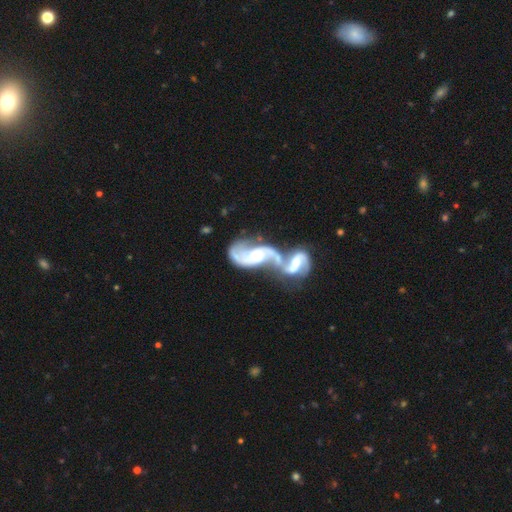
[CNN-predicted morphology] Overall: featured or disk (86%). Edge-on disk: no (97%). Bar: no (46%; weak 37%). Spiral arms: yes (94%). Spiral arm count: 2 (86%). Spiral winding: loose (52%; medium 37%). Bulge size: moderate (48%; small 38%). Merging: merger (79%).